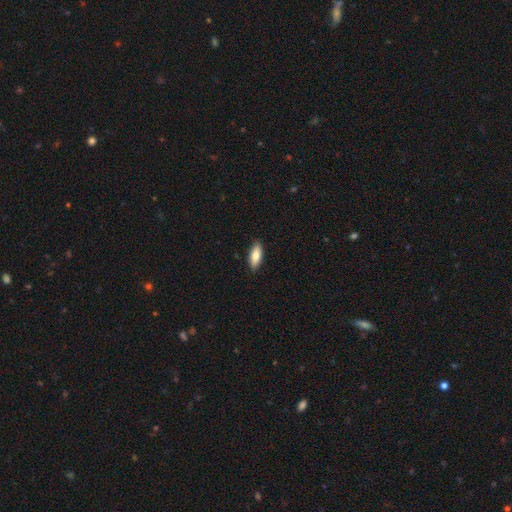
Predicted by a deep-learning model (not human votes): This appears to be a smooth galaxy with no disk features (83%) that is in between round and cigar-shaped (76%). Merging: none (88%).